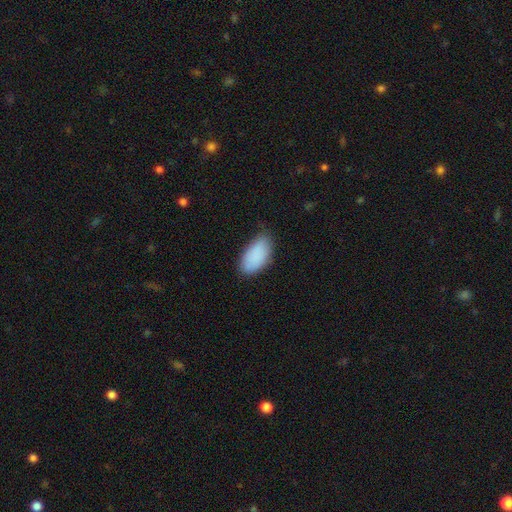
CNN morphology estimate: Q: Smooth or featured?
A: smooth (88%); runner-up: star or artifact (7%)
Q: How rounded?
A: in between (94%); runner-up: cigar-shaped (3%)
Q: Merging?
A: none (72%); runner-up: minor disturbance (22%)